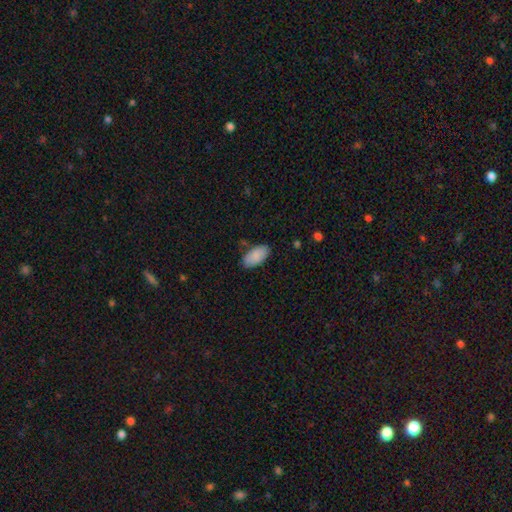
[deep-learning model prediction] Smooth or featured? smooth (88%)
How rounded? in between (95%)
Merging? none (79%)